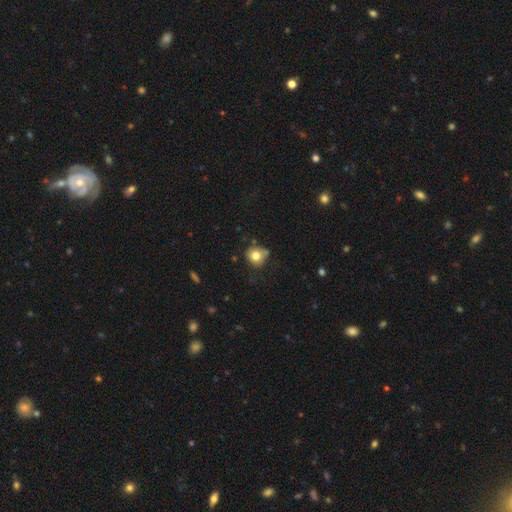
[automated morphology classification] This is likely a smooth galaxy (78%). How rounded: clearly round (83%). Merging: likely none (66%).